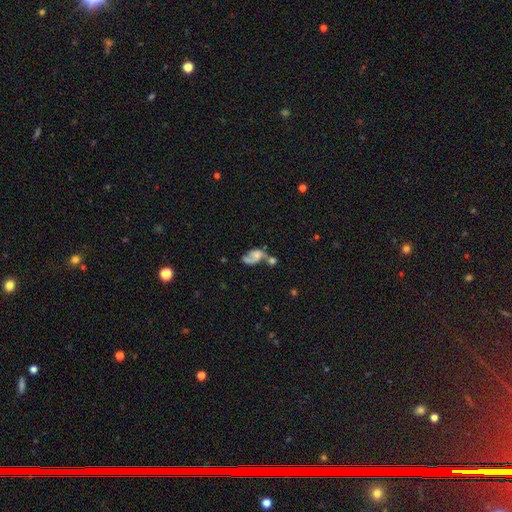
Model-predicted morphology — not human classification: smooth-or-featured: featured or disk: 60% | smooth: 30% | star or artifact: 11%
  disk-edge-on: no: 97% | yes: 3%
    bar: no: 72% | weak: 22% | strong: 5%
    has-spiral-arms: yes: 76% | no: 24%
    bulge-size: none: 35% | small: 29% | moderate: 24% | large: 9% | dominant: 3%
  merging: merger: 43% | major disturbance: 22% | none: 21% | minor disturbance: 14%